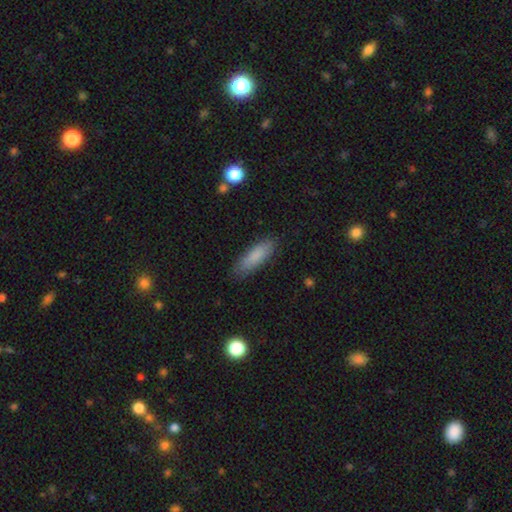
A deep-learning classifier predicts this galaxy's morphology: smooth_or_featured: smooth (p=0.84) [alt: featured or disk p=0.10]
how_rounded: cigar-shaped (p=0.55) [alt: in between p=0.43]
merging: none (p=0.85) [alt: minor disturbance p=0.11]